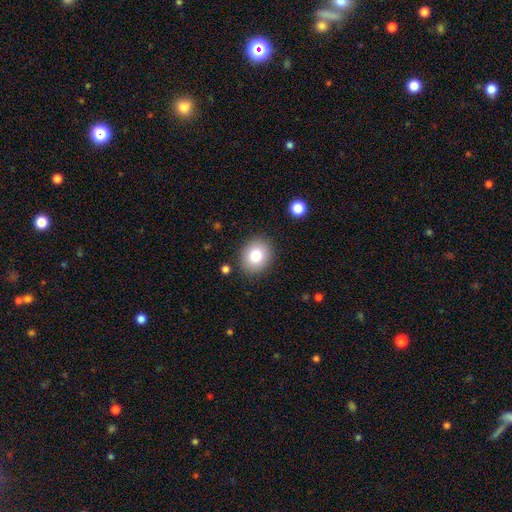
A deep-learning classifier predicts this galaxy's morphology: smooth 81%, featured or disk 10%, star or artifact 10%. Down the decision tree: how rounded — round (60%); merging — none (88%).